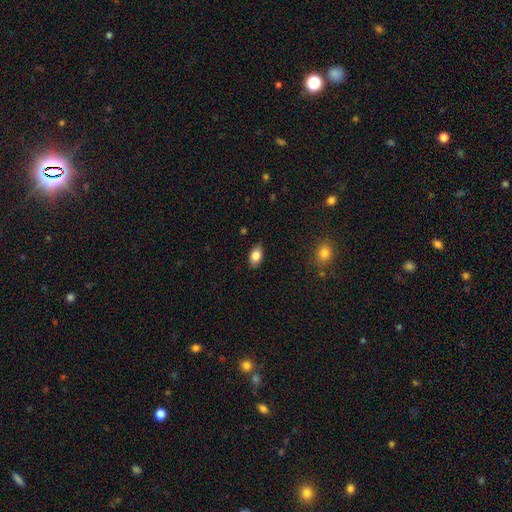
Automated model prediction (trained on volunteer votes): The model was most divided on "merging": none: 86%, minor disturbance: 11%, major disturbance: 2%, merger: 1%. More confident: how rounded — in between (88%); smooth or featured — smooth (84%).